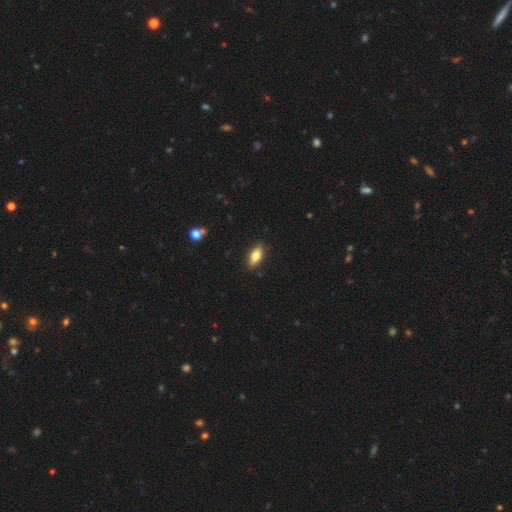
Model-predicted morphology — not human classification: A smooth galaxy with no disk features (75%) that is in between round and cigar-shaped (78%). Merging: none (88%).